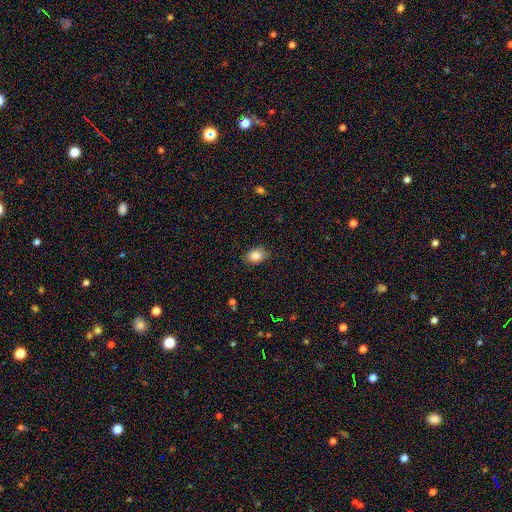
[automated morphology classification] This is clearly a smooth galaxy (86%). How rounded: likely in between (78%). Merging: clearly none (86%).